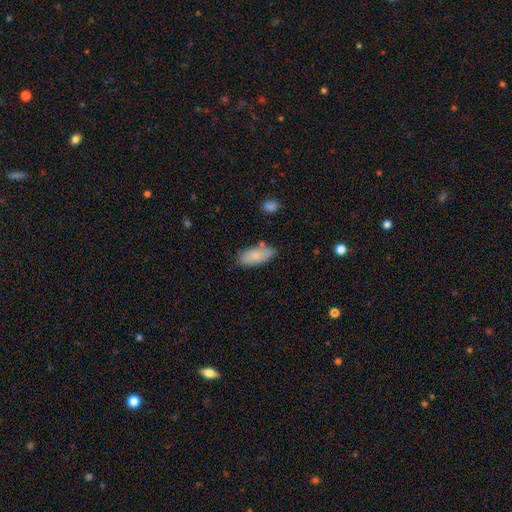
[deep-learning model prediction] smooth-or-featured: smooth: 84% | featured or disk: 10% | star or artifact: 6%
  how-rounded: in between: 87% | cigar-shaped: 11% | round: 2%
  merging: none: 75% | minor disturbance: 17% | merger: 5% | major disturbance: 3%